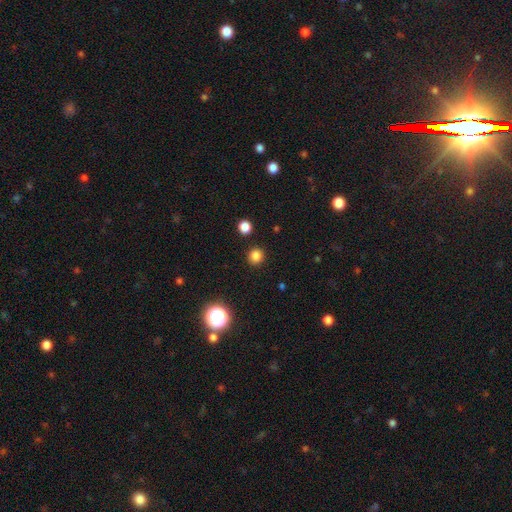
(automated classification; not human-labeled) A smooth galaxy with no disk features (83%) that is round (89%).

Vote fractions:
- Smooth or featured? smooth: 83% / star or artifact: 14% / featured or disk: 3%
- How rounded? round: 89% / in between: 10% / cigar-shaped: 1%
- Merging? none: 90% / minor disturbance: 6% / merger: 2% / major disturbance: 2%